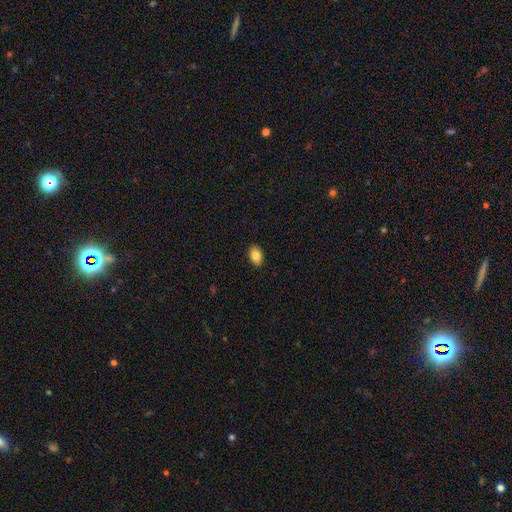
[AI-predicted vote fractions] Smooth or featured? smooth (84%)
How rounded? in between (87%)
Merging? none (90%)